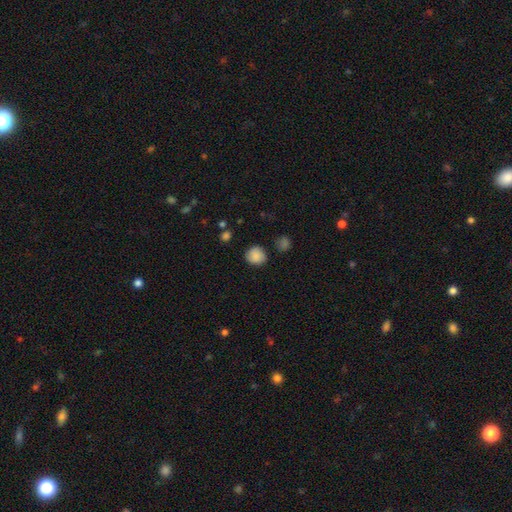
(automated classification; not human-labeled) Smooth or featured: smooth — 85% (star or artifact — 9%)
How rounded: round — 82% (in between — 17%)
Merging: none — 77% (minor disturbance — 16%)